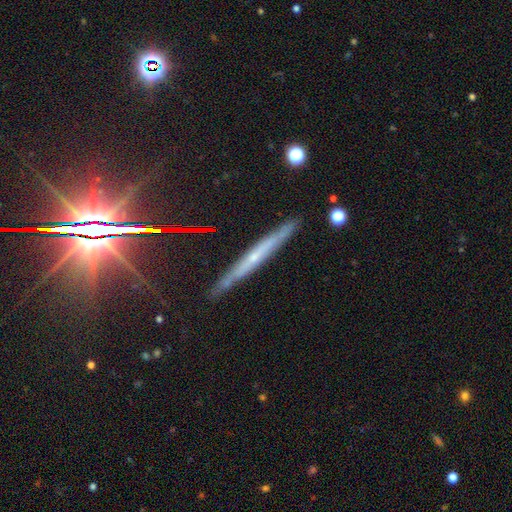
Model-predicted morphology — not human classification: This appears to be a featured or disk galaxy (61%) viewed edge-on (94%) with no central bulge (59%). Merging: none (87%).